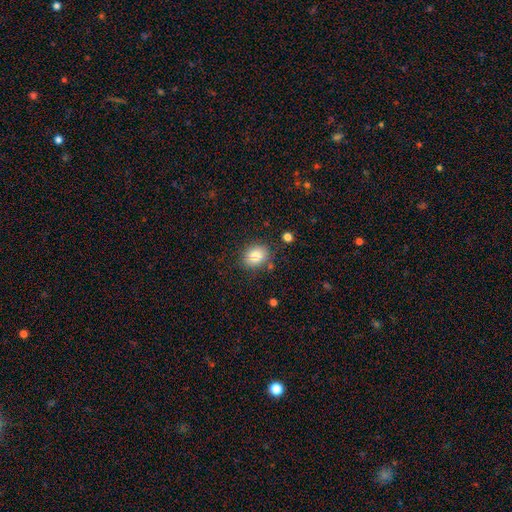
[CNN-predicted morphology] This is clearly a smooth galaxy (82%). How rounded: possibly round (56%). Merging: clearly none (81%).